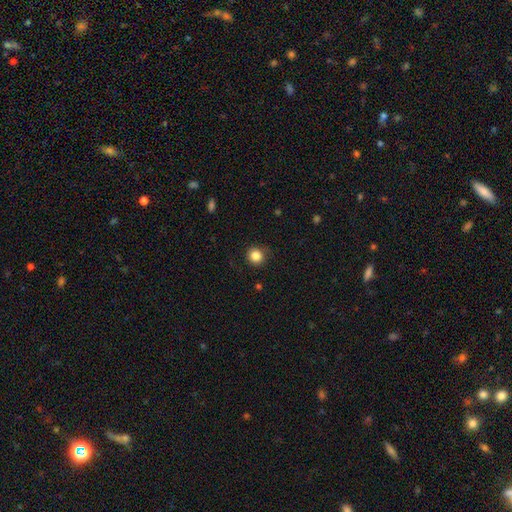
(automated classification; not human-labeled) A smooth galaxy with no disk features (85%) that is round (93%).

Vote fractions:
- Smooth or featured? smooth: 85% / star or artifact: 11% / featured or disk: 4%
- How rounded? round: 93% / in between: 6% / cigar-shaped: 1%
- Merging? none: 87% / minor disturbance: 9% / major disturbance: 2% / merger: 1%